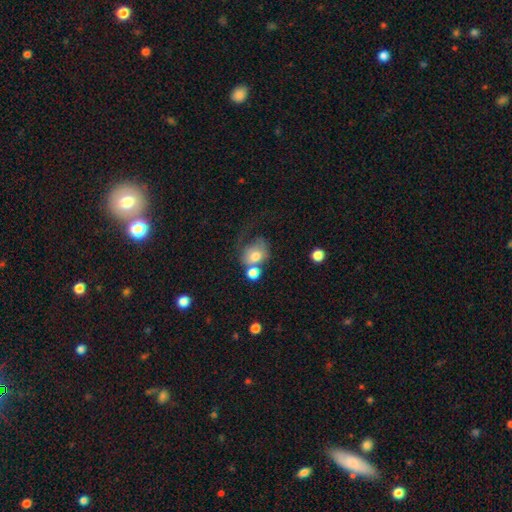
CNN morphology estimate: smooth 69%, featured or disk 21%, star or artifact 10%. Down the decision tree: how rounded — round (60%); merging — merger (30%).